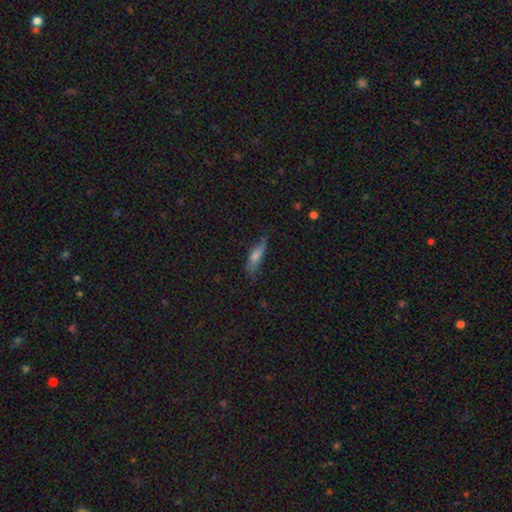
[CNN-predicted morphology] Smooth or featured? Predicted: smooth (p=0.56). How rounded? Predicted: cigar-shaped (p=0.67). Merging? Predicted: none (p=0.61).